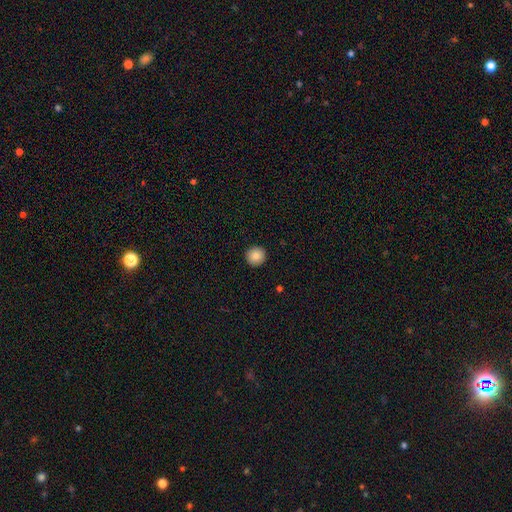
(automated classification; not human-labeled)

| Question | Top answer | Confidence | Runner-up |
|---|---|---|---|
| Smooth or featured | smooth | 87% | star or artifact (9%) |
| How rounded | round | 94% | in between (5%) |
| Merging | none | 93% | minor disturbance (4%) |